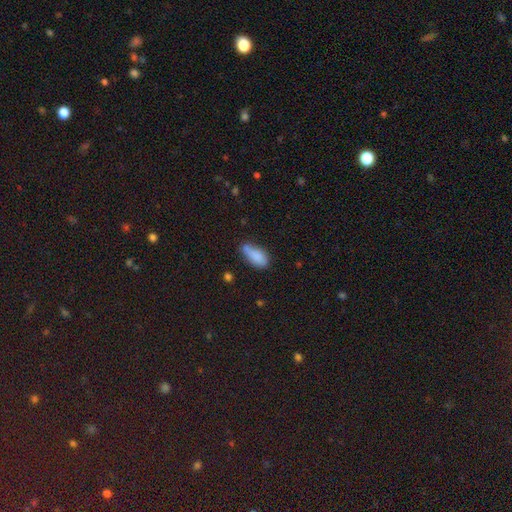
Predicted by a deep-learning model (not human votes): Q: Smooth or featured?
A: smooth (82%); runner-up: featured or disk (10%)
Q: How rounded?
A: in between (85%); runner-up: cigar-shaped (12%)
Q: Merging?
A: none (44%); runner-up: minor disturbance (32%)